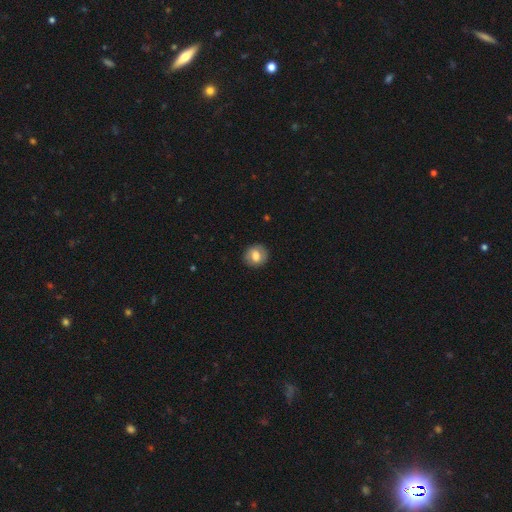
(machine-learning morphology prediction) Smooth or featured: smooth — 73% (featured or disk — 19%)
How rounded: round — 81% (in between — 18%)
Merging: none — 88% (minor disturbance — 9%)